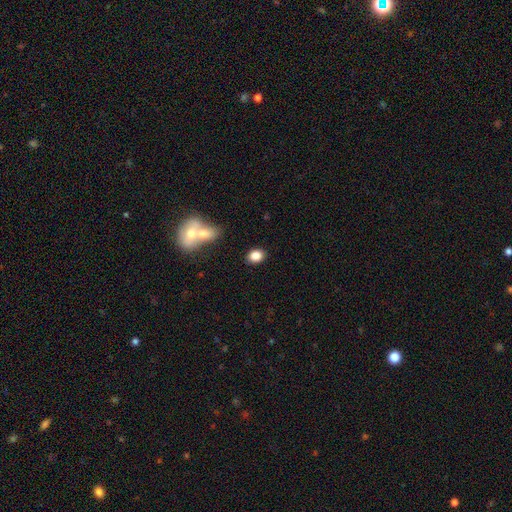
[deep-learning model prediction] smooth-or-featured: smooth: 85% | star or artifact: 9% | featured or disk: 6%
  how-rounded: in between: 63% | round: 36% | cigar-shaped: 1%
  merging: none: 80% | minor disturbance: 10% | merger: 7% | major disturbance: 3%